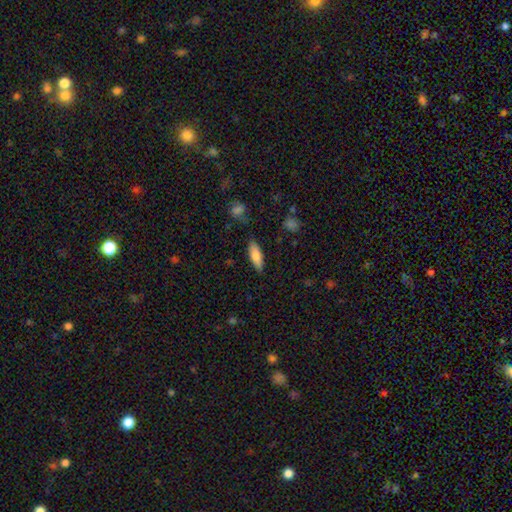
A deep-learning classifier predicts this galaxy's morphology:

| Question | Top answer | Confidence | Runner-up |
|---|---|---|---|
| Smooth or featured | smooth | 75% | featured or disk (19%) |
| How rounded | in between | 56% | cigar-shaped (42%) |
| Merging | none | 83% | minor disturbance (12%) |